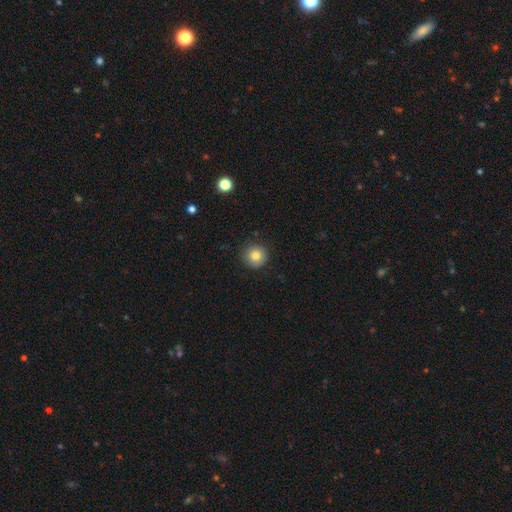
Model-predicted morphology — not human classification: A smooth galaxy with no disk features (82%) that is round (95%).

Vote fractions:
- Smooth or featured? smooth: 82% / star or artifact: 10% / featured or disk: 8%
- How rounded? round: 95% / in between: 4% / cigar-shaped: 1%
- Merging? none: 89% / minor disturbance: 8% / major disturbance: 2% / merger: 1%